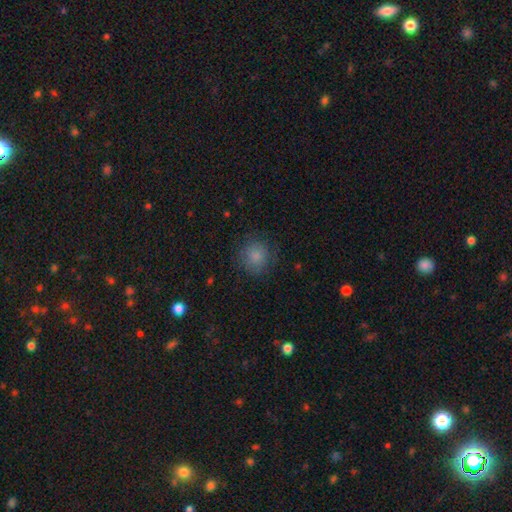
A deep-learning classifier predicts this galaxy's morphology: A smooth galaxy with no disk features (84%) that is round (90%). Merging: none (82%).